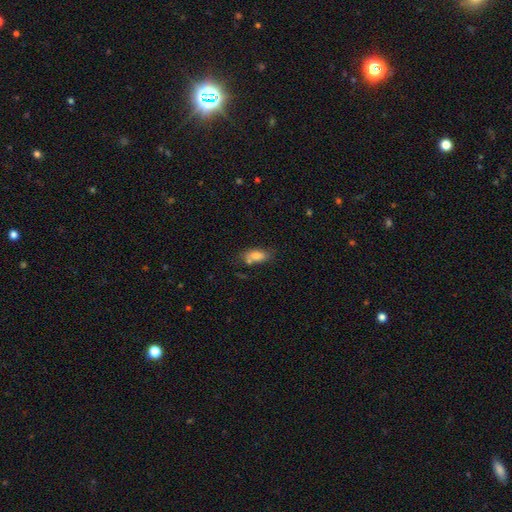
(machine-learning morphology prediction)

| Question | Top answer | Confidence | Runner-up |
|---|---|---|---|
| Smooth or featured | smooth | 78% | featured or disk (13%) |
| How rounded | in between | 85% | cigar-shaped (10%) |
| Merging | none | 57% | minor disturbance (20%) |